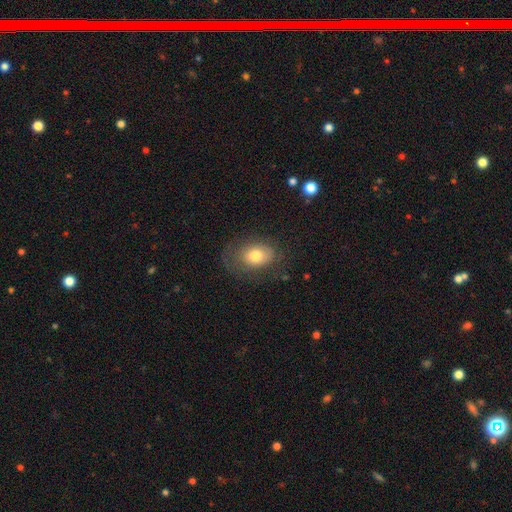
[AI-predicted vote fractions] A smooth galaxy with no disk features (68%) that is in between round and cigar-shaped (75%).

Vote fractions:
- Smooth or featured? smooth: 68% / featured or disk: 23% / star or artifact: 9%
- How rounded? in between: 75% / round: 24% / cigar-shaped: 1%
- Merging? none: 63% / minor disturbance: 21% / major disturbance: 15% / merger: 1%